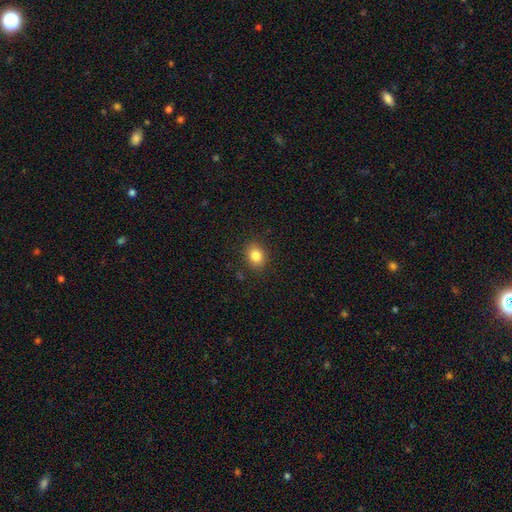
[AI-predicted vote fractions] This appears to be a smooth galaxy with no disk features (83%) that is round (56%). Merging: none (88%).